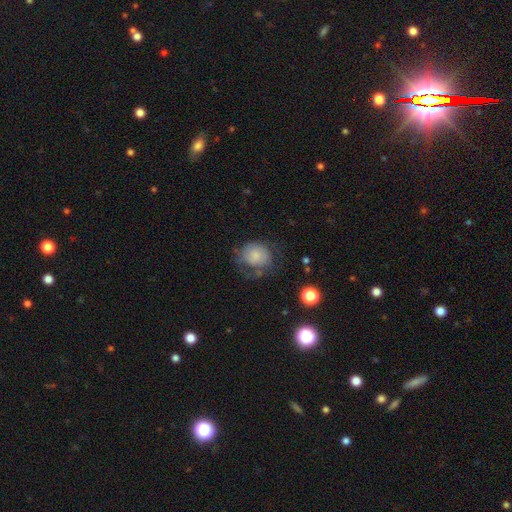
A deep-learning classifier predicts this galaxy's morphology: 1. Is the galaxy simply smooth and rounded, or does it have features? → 67% smooth, 24% featured or disk, 9% star or artifact.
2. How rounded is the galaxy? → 68% round, 31% in between, 1% cigar-shaped.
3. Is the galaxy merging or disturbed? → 44% none, 28% minor disturbance, 24% major disturbance, 3% merger.